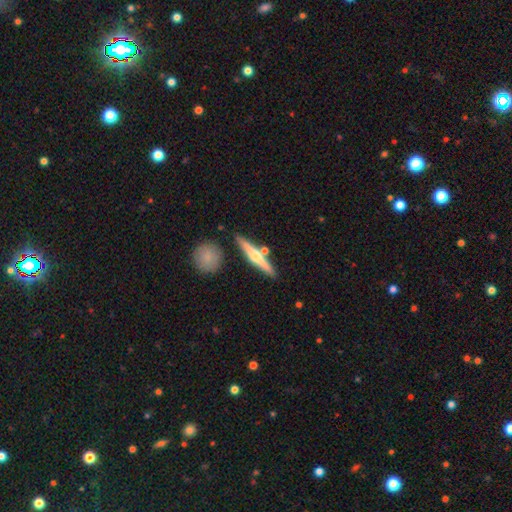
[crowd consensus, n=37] smooth-or-featured: featured or disk: 70% | smooth: 27% | star or artifact: 3%
  disk-edge-on: yes: 96% | no: 4%
    edge-on-bulge: rounded: 72% | none: 16% | boxy: 12%
  merging: none: 61% | minor disturbance: 25% | merger: 11% | major disturbance: 3%